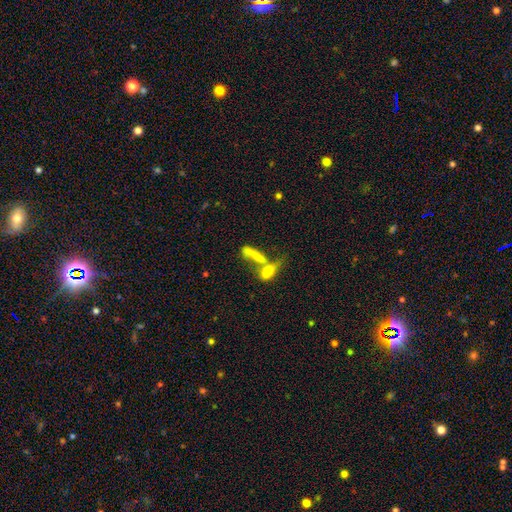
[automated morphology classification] smooth 67%, featured or disk 23%, star or artifact 10%. Down the decision tree: how rounded — cigar-shaped (60%); merging — merger (59%).